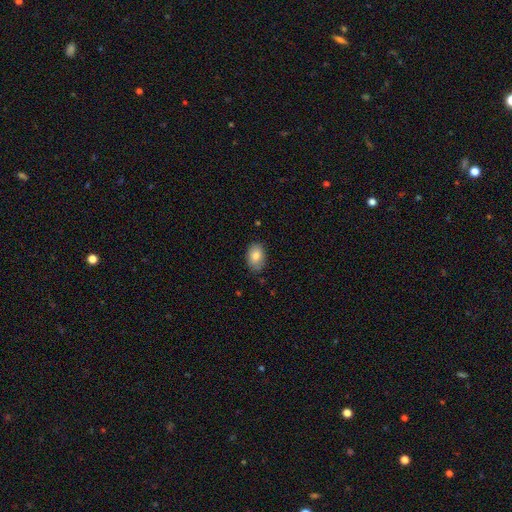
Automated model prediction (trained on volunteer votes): Smooth or featured?
  - smooth: 82% *
  - featured or disk: 10%
  - star or artifact: 8%
How rounded?
  - in between: 83% *
  - round: 16%
  - cigar-shaped: 1%
Merging?
  - none: 81% *
  - minor disturbance: 15%
  - major disturbance: 2%
  - merger: 1%